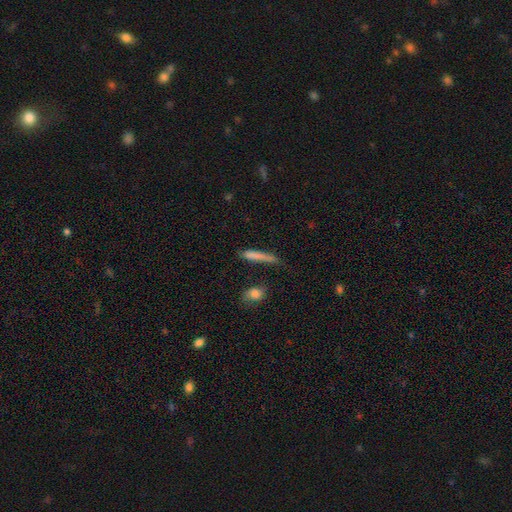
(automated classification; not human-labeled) This is likely a smooth galaxy (77%). How rounded: clearly cigar-shaped (90%). Merging: likely none (64%).